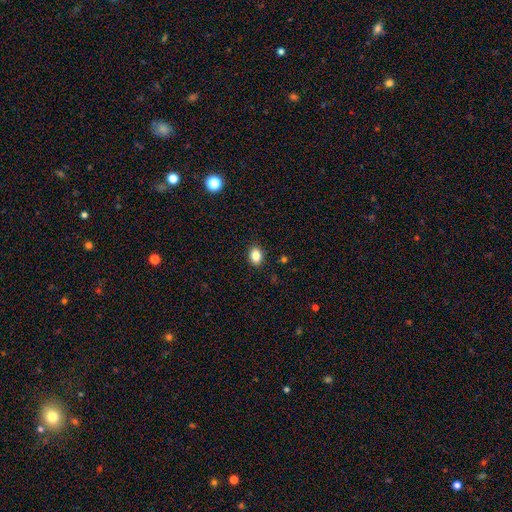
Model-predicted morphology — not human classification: Overall: smooth (84%). How rounded: in between (65%; round 34%). Merging: none (90%).